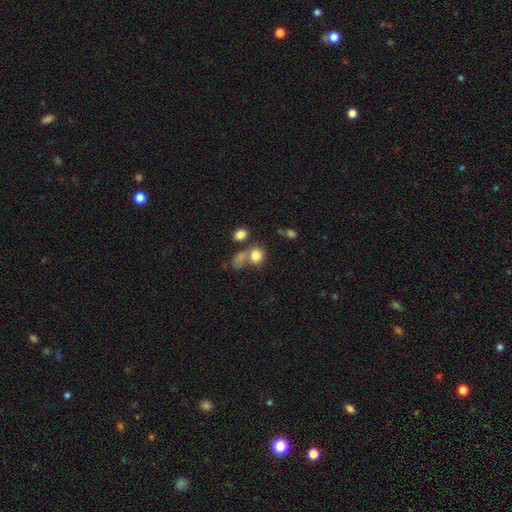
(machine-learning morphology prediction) A smooth galaxy with no disk features (77%) that is round (76%).

Vote fractions:
- Smooth or featured? smooth: 77% / star or artifact: 12% / featured or disk: 11%
- How rounded? round: 76% / in between: 23% / cigar-shaped: 1%
- Merging? none: 46% / merger: 30% / minor disturbance: 13% / major disturbance: 10%